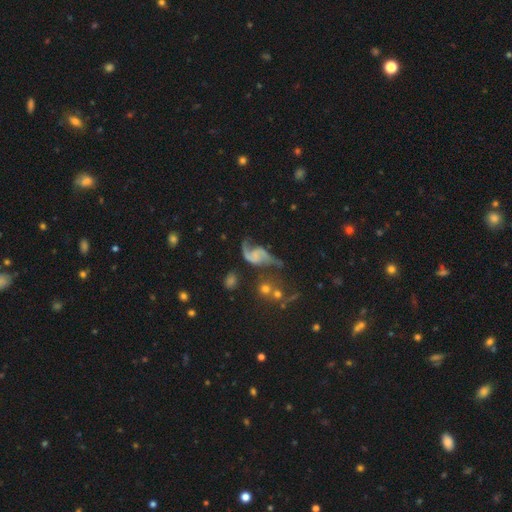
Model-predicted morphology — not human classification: Smooth or featured? Predicted: featured or disk (p=0.81). Edge-on disk? Predicted: no (p=0.97). Bar? Predicted: no (p=0.58). Spiral arms? Predicted: yes (p=0.93). Spiral winding? Predicted: loose (p=0.71). Spiral arm count? Predicted: 2 (p=0.85). Bulge size? Predicted: none (p=0.57). Merging? Predicted: none (p=0.41).